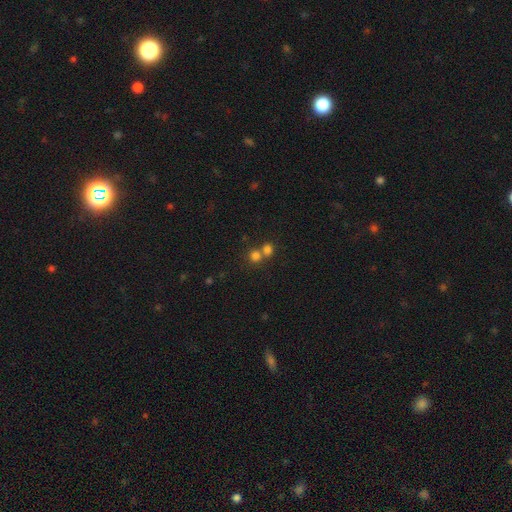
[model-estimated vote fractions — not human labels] Morphology: type=smooth (75%); roundness=round (86%); merging=merger (47%).